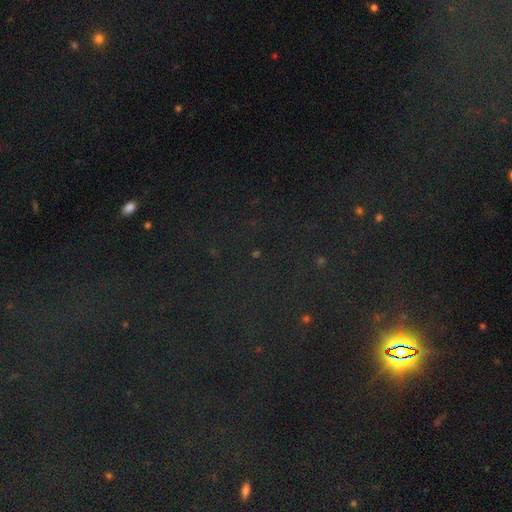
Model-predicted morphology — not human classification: smooth-or-featured: star or artifact: 81% | smooth: 12% | featured or disk: 8%